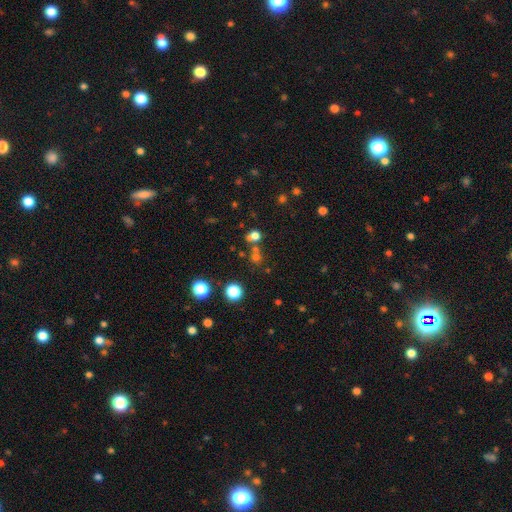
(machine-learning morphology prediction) A smooth galaxy with no disk features (50%).

Vote fractions:
- Smooth or featured? smooth: 50% / star or artifact: 40% / featured or disk: 10%
- Merging? none: 60% / merger: 28% / minor disturbance: 7% / major disturbance: 5%